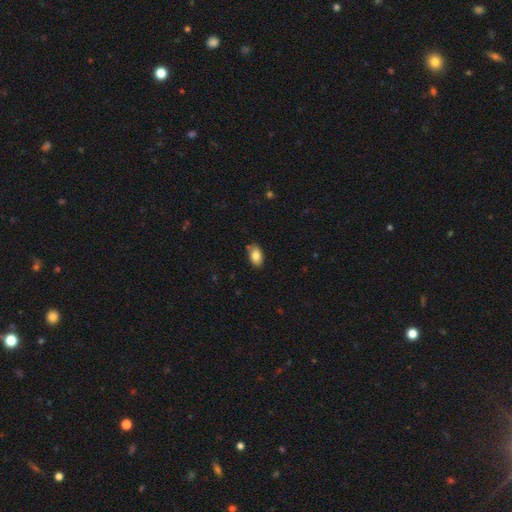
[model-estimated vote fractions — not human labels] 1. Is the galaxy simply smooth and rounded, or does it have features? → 84% smooth, 8% featured or disk, 7% star or artifact.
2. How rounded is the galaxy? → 92% in between, 7% round, 2% cigar-shaped.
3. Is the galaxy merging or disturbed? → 82% none, 14% minor disturbance, 2% major disturbance, 2% merger.